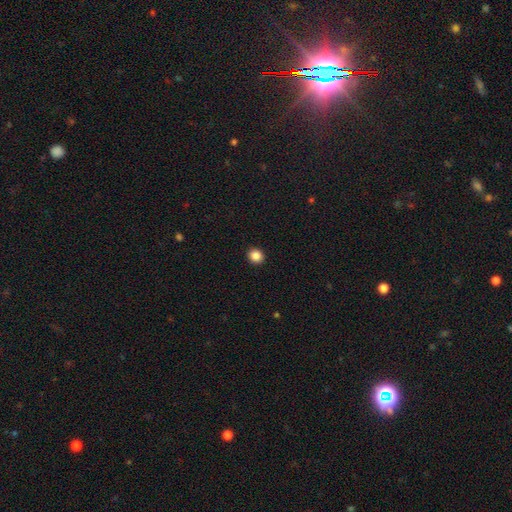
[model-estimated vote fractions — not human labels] Morphology: type=smooth (86%); roundness=round (85%); merging=none (93%).